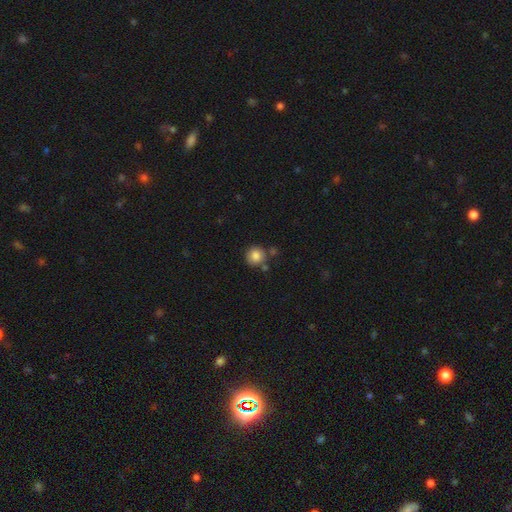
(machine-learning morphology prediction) Smooth or featured: smooth — 84% (star or artifact — 9%)
How rounded: round — 91% (in between — 8%)
Merging: none — 74% (minor disturbance — 12%)